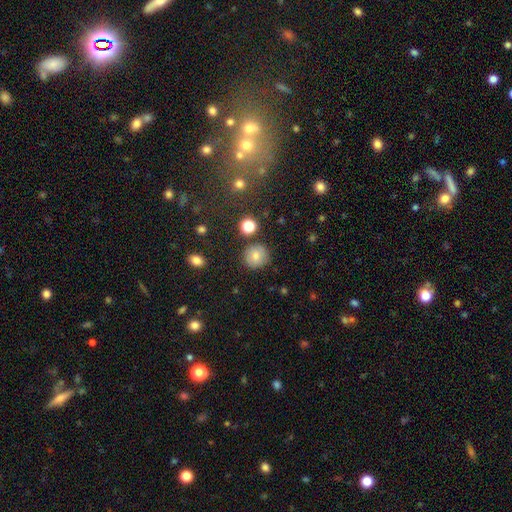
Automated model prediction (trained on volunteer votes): The model was most divided on "smooth or featured": smooth: 78%, featured or disk: 11%, star or artifact: 11%. More confident: how rounded — round (91%); merging — none (85%).